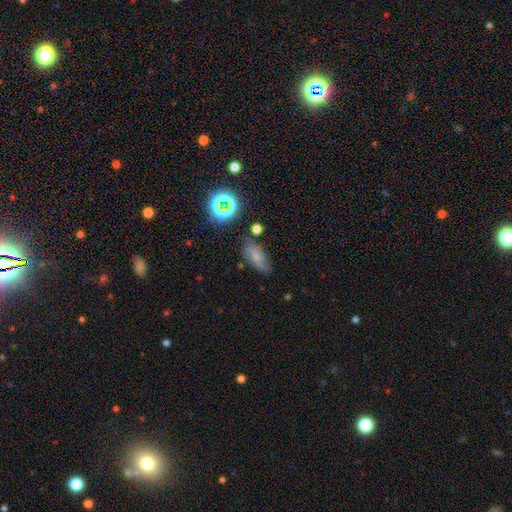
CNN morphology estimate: The model was most divided on "merging": none: 66%, minor disturbance: 22%, major disturbance: 7%, merger: 5%. More confident: how rounded — in between (81%); smooth or featured — smooth (64%).